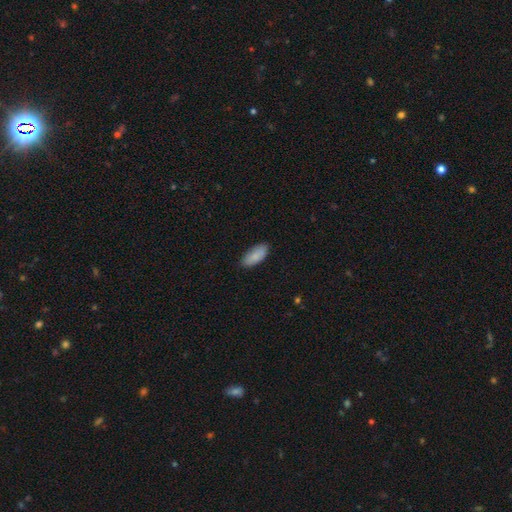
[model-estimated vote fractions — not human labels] Smooth or featured?
  - smooth: 88% *
  - featured or disk: 6%
  - star or artifact: 6%
How rounded?
  - in between: 87% *
  - cigar-shaped: 11%
  - round: 2%
Merging?
  - none: 85% *
  - minor disturbance: 12%
  - major disturbance: 2%
  - merger: 1%